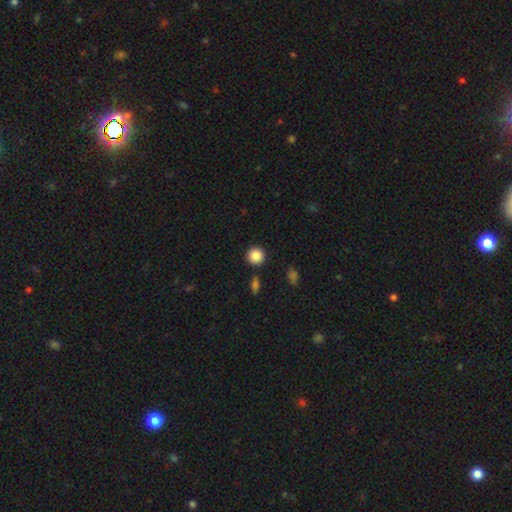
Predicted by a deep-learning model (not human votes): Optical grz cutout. It shows a smooth galaxy with no disk features (87%) that is round (94%). Merging: none (89%).